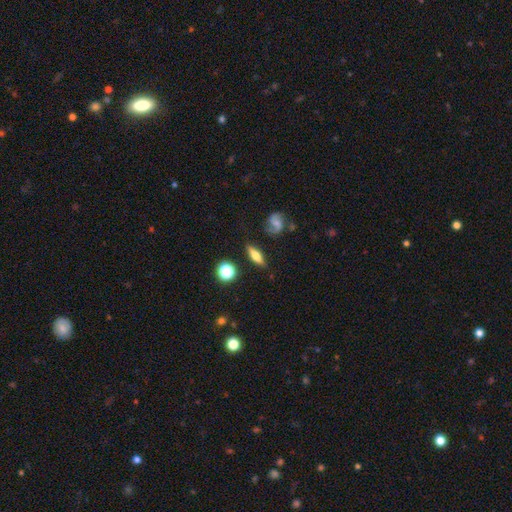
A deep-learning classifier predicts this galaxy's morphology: A smooth galaxy with no disk features (52%) that is cigar-shaped (56%).

Vote fractions:
- Smooth or featured? smooth: 52% / featured or disk: 39% / star or artifact: 9%
- How rounded? cigar-shaped: 56% / in between: 35% / round: 9%
- Merging? none: 82% / minor disturbance: 12% / merger: 3% / major disturbance: 3%